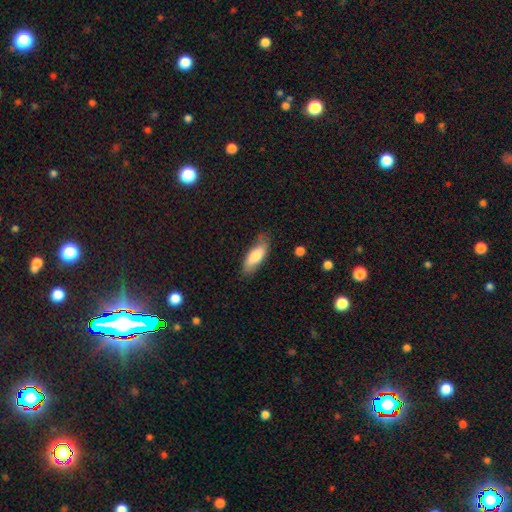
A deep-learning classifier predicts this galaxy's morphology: The model was most divided on "how rounded": in between: 69%, cigar-shaped: 29%, round: 2%. More confident: smooth or featured — smooth (78%); merging — none (71%).